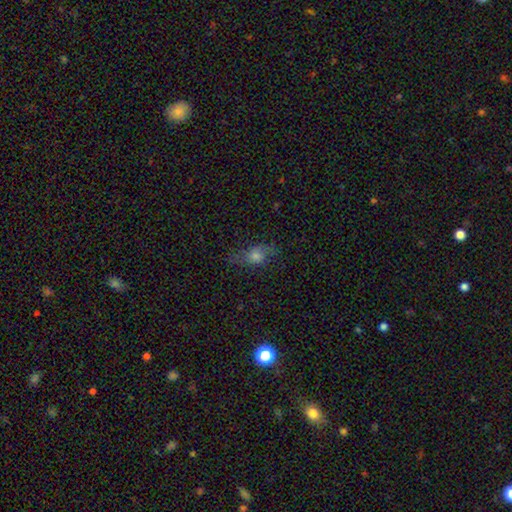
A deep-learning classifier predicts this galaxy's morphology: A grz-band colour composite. It shows a smooth galaxy with no disk features (55%) that is in between round and cigar-shaped (61%). Merging: none (64%).